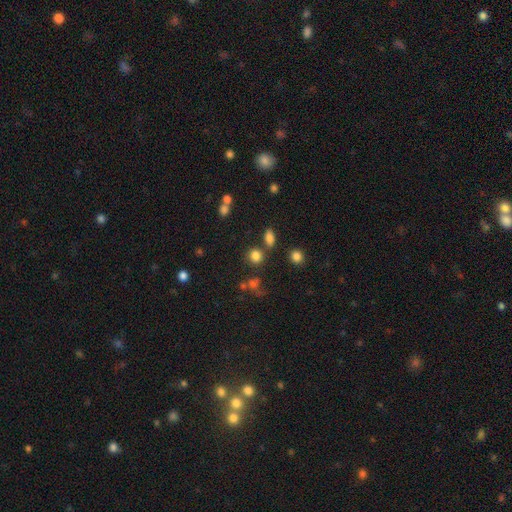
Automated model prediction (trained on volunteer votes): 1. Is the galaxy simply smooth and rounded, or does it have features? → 79% smooth, 15% star or artifact, 6% featured or disk.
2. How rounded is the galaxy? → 81% round, 18% in between, 1% cigar-shaped.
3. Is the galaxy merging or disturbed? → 73% none, 12% merger, 10% minor disturbance, 5% major disturbance.